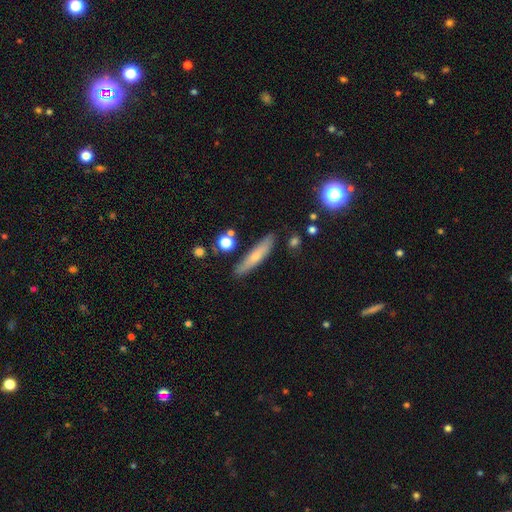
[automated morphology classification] A smooth galaxy with no disk features (62%) that is cigar-shaped (87%).

Vote fractions:
- Smooth or featured? smooth: 62% / featured or disk: 30% / star or artifact: 8%
- How rounded? cigar-shaped: 87% / in between: 11% / round: 2%
- Merging? none: 84% / minor disturbance: 11% / merger: 3% / major disturbance: 2%